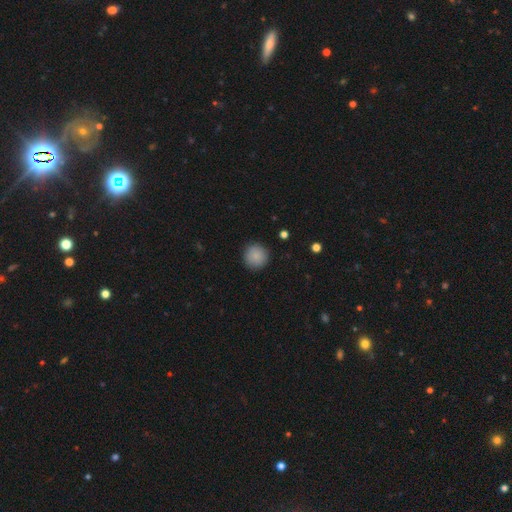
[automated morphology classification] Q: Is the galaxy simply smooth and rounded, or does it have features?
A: smooth — 88%.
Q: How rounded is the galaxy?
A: round — 95%.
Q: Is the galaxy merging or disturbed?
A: none — 91%.